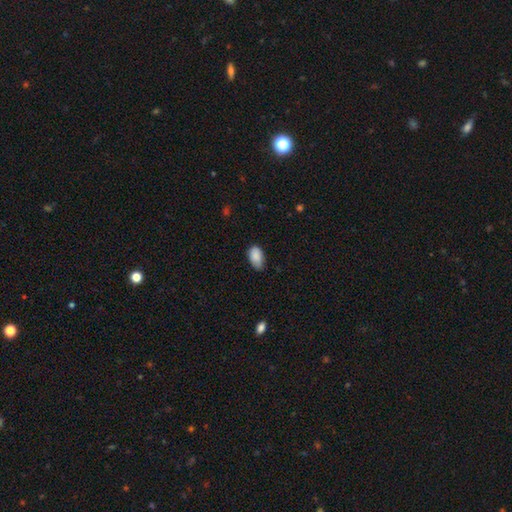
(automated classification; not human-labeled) Smooth or featured? smooth (88%)
How rounded? in between (93%)
Merging? none (64%)